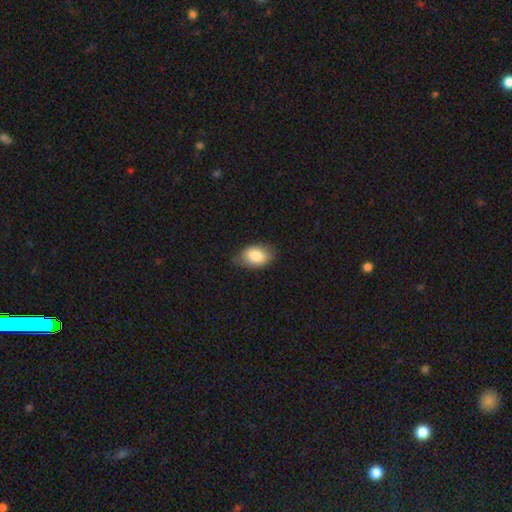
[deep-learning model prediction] smooth-or-featured: smooth: 83% | featured or disk: 9% | star or artifact: 7%
  how-rounded: in between: 87% | round: 12% | cigar-shaped: 1%
  merging: none: 72% | minor disturbance: 23% | major disturbance: 4% | merger: 1%